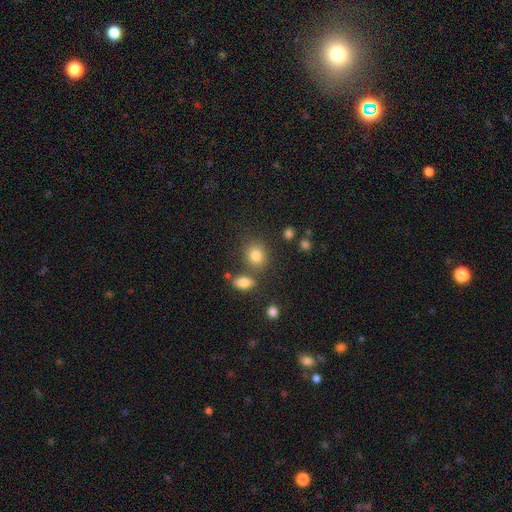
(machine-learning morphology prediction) smooth 81%, star or artifact 11%, featured or disk 8%. Down the decision tree: how rounded — round (67%); merging — none (72%).